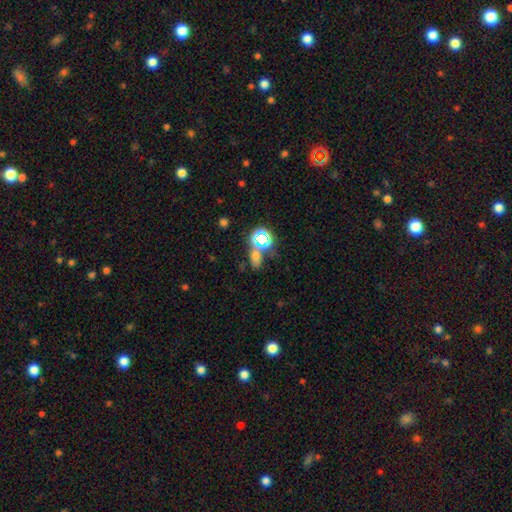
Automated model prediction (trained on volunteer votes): The model was most divided on "smooth or featured": smooth: 49%, star or artifact: 40%, featured or disk: 11%. More confident: merging — none (57%).